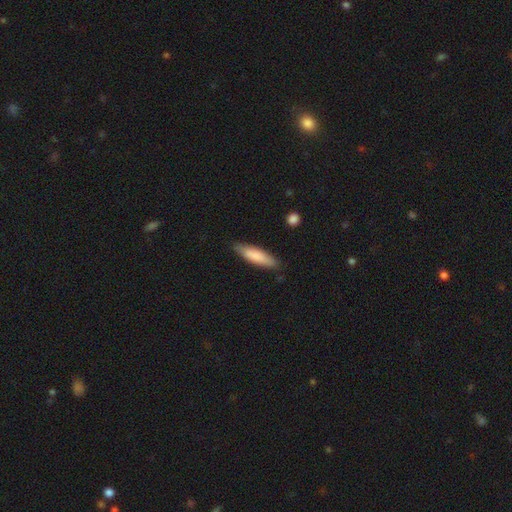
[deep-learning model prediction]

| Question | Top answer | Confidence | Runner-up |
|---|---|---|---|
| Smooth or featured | smooth | 81% | featured or disk (14%) |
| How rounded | cigar-shaped | 66% | in between (33%) |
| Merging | none | 83% | minor disturbance (13%) |